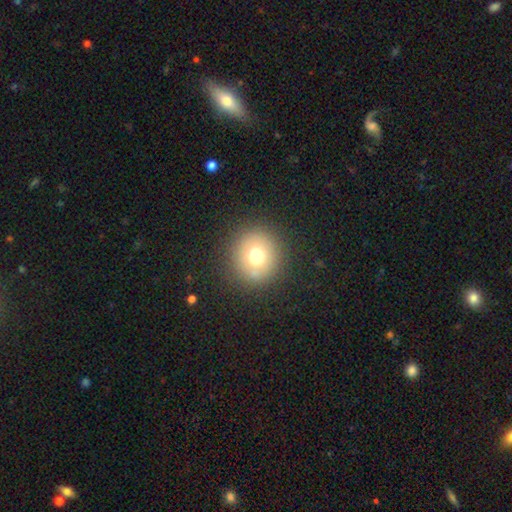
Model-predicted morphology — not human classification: The model was most divided on "smooth or featured": smooth: 70%, featured or disk: 16%, star or artifact: 15%. More confident: how rounded — round (92%); merging — none (88%).